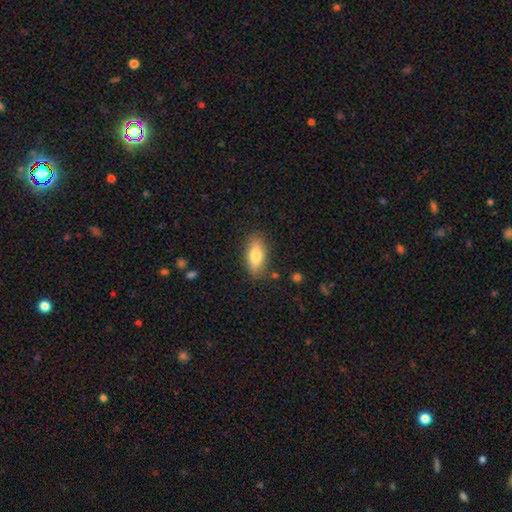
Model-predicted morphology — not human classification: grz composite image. It shows a smooth galaxy with no disk features (76%) that is in between round and cigar-shaped (80%). Merging: none (83%).